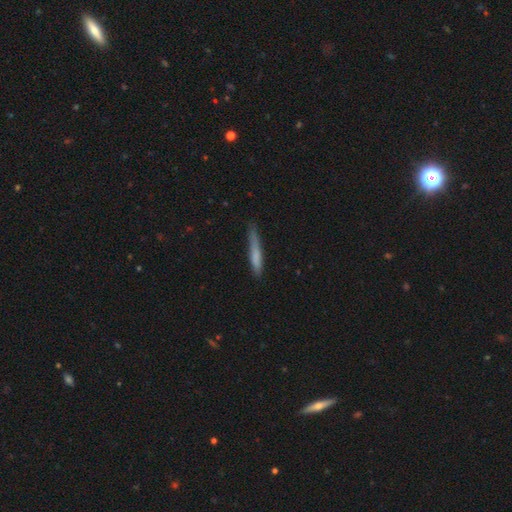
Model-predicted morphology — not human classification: Smooth or featured? Predicted: smooth (p=0.71). How rounded? Predicted: cigar-shaped (p=0.94). Merging? Predicted: none (p=0.69).